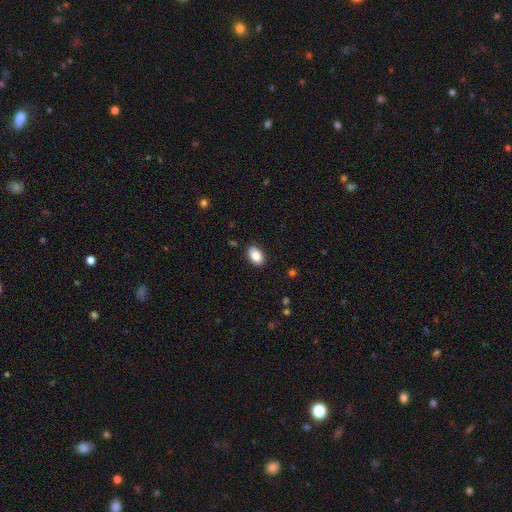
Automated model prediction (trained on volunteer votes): smooth_or_featured: smooth (p=0.86) [alt: star or artifact p=0.07]
how_rounded: in between (p=0.90) [alt: round p=0.09]
merging: none (p=0.88) [alt: minor disturbance p=0.09]